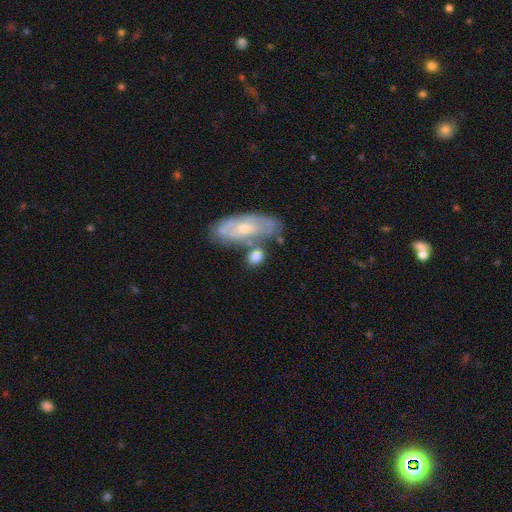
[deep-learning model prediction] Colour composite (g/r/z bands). It shows a smooth galaxy with no disk features (69%) that is in between round and cigar-shaped (57%). Merging: none (49%).